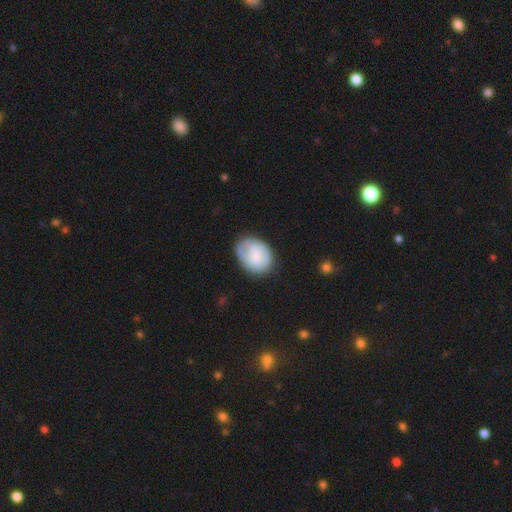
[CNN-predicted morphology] Overall: smooth (53%; featured or disk 40%). How rounded: in between (64%; round 35%). Merging: none (69%).